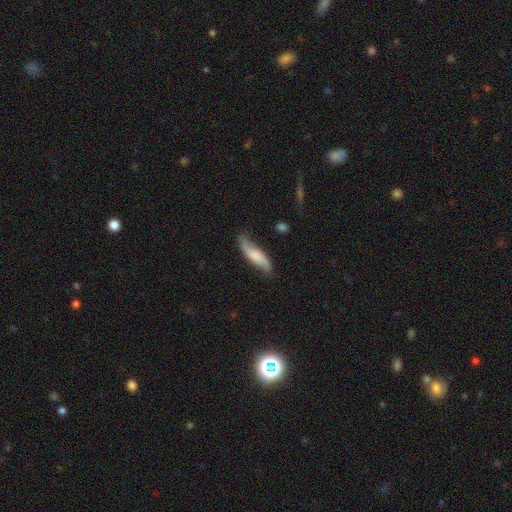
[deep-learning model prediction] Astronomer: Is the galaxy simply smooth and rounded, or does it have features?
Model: smooth — 53% (runner-up: featured or disk, 40%).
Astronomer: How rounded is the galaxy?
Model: cigar-shaped — 62%.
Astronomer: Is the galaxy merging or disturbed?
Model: none — 58%.